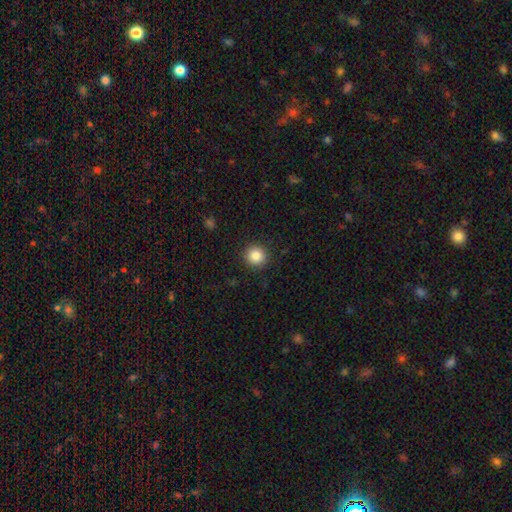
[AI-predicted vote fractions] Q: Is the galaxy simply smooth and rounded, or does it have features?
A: smooth — 86%.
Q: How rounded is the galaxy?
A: round — 94%.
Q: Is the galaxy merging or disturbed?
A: none — 92%.